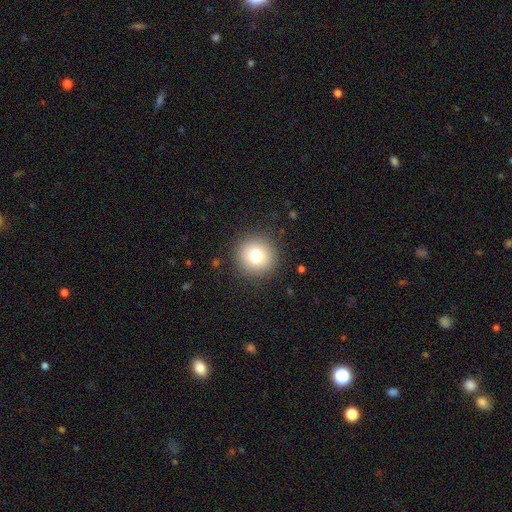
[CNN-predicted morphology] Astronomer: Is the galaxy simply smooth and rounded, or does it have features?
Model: smooth — 76%.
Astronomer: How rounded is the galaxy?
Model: round — 95%.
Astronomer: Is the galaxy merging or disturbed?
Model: none — 90%.